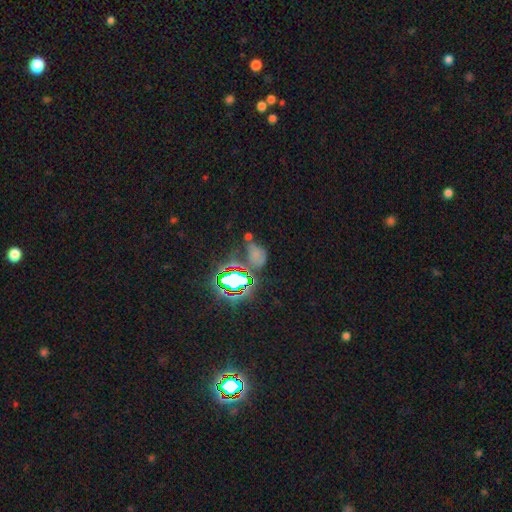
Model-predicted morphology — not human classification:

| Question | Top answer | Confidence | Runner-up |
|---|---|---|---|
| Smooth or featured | star or artifact | 47% | smooth (39%) |